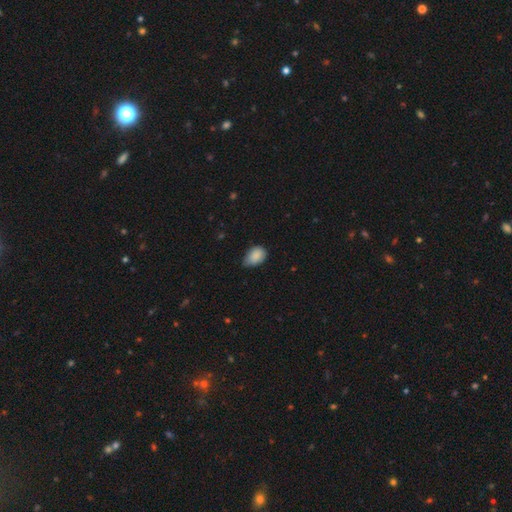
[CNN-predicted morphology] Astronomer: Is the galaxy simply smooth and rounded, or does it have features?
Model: smooth — 87%.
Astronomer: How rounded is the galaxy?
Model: in between — 84%.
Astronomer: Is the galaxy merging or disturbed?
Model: minor disturbance — 47% (runner-up: none, 45%).